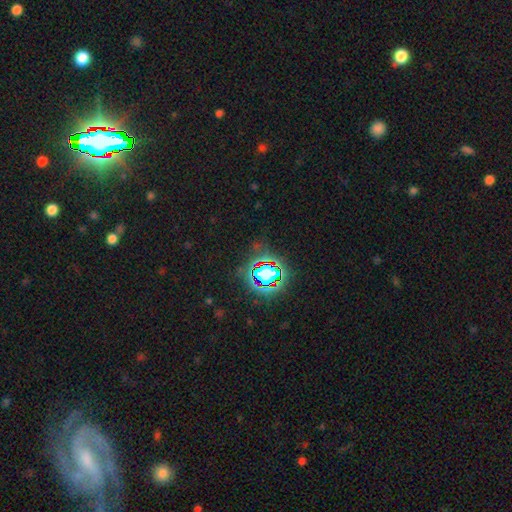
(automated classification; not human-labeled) This appears to be a star or artifact, not a galaxy (65%).